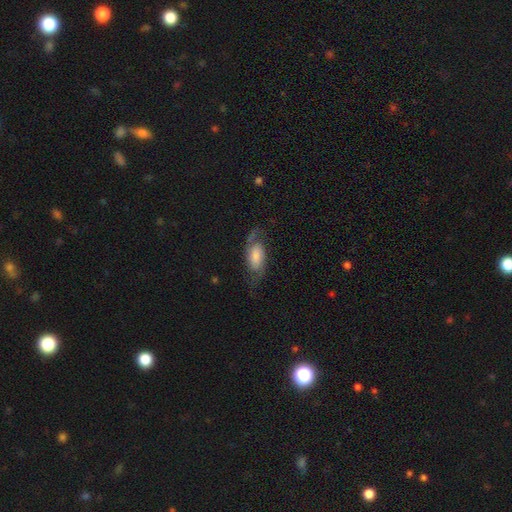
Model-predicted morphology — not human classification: Smooth or featured?
  - featured or disk: 74% *
  - smooth: 19%
  - star or artifact: 7%
Edge-on disk?
  - no: 94% *
  - yes: 6%
Bar?
  - no: 50% *
  - weak: 38%
  - strong: 11%
Spiral arms?
  - yes: 94% *
  - no: 6%
Spiral winding?
  - medium: 47% *
  - loose: 36%
  - tight: 17%
Spiral arm count?
  - 2: 89% *
  - can't tell: 5%
  - 1: 2%
  - 3: 2%
  - 4: 1%
  - more than 4: 1%
Bulge size?
  - moderate: 31% *
  - large: 26%
  - small: 24%
  - none: 14%
  - dominant: 5%
Merging?
  - none: 70% *
  - minor disturbance: 17%
  - major disturbance: 12%
  - merger: 1%